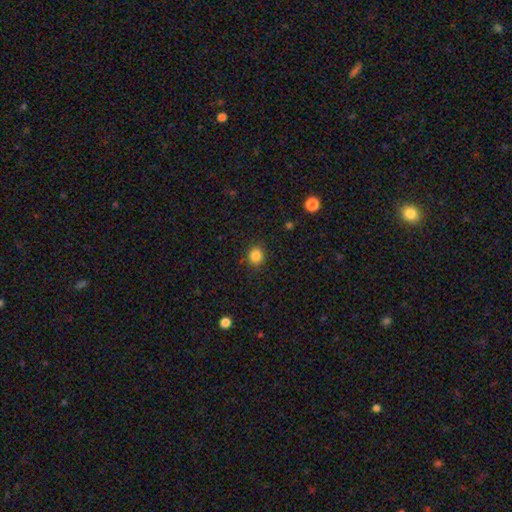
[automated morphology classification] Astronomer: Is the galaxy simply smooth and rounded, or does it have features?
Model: smooth — 85%.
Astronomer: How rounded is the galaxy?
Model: round — 78%.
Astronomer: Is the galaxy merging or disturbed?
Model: none — 88%.